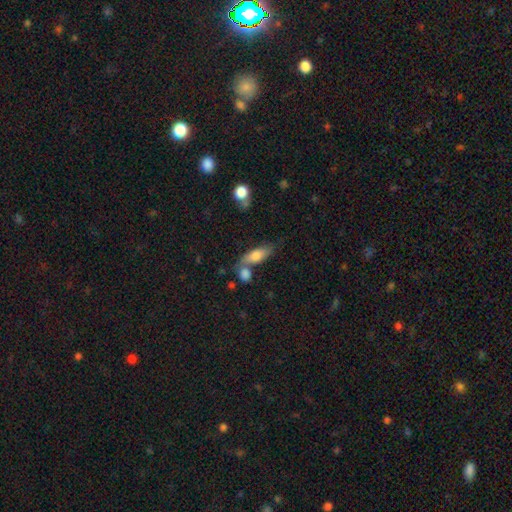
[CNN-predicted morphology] smooth-or-featured: smooth: 71% | featured or disk: 22% | star or artifact: 7%
  how-rounded: in between: 68% | cigar-shaped: 28% | round: 4%
  merging: none: 51% | merger: 26% | minor disturbance: 17% | major disturbance: 6%